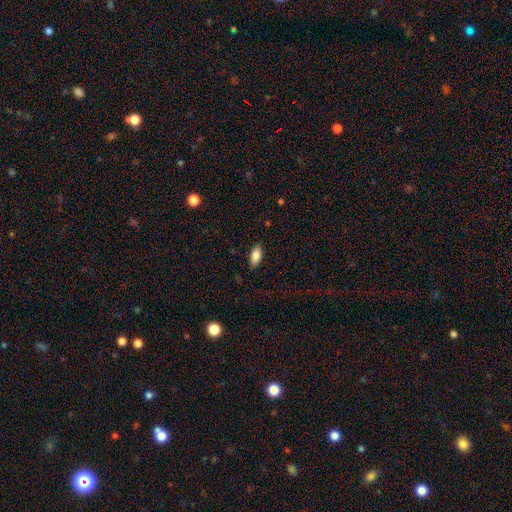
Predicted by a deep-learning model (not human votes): Smooth or featured? Predicted: smooth (p=0.83). How rounded? Predicted: in between (p=0.88). Merging? Predicted: none (p=0.87).